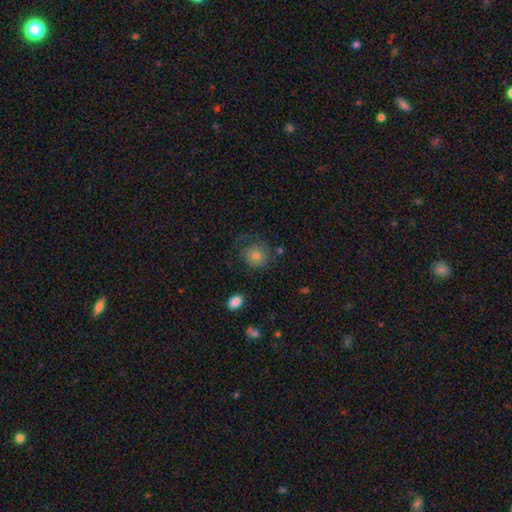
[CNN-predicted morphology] smooth_or_featured: smooth (p=0.71) [alt: featured or disk p=0.16]
how_rounded: round (p=0.85) [alt: in between p=0.14]
merging: none (p=0.65) [alt: minor disturbance p=0.20]